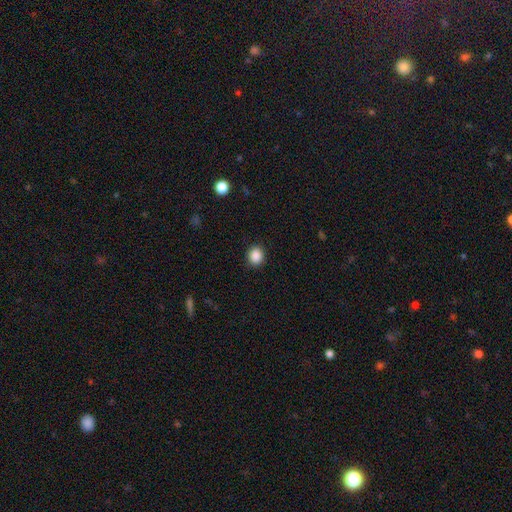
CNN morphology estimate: Smooth or featured?
  - smooth: 88% *
  - star or artifact: 9%
  - featured or disk: 3%
How rounded?
  - round: 71% *
  - in between: 28%
  - cigar-shaped: 1%
Merging?
  - none: 90% *
  - minor disturbance: 7%
  - major disturbance: 2%
  - merger: 1%